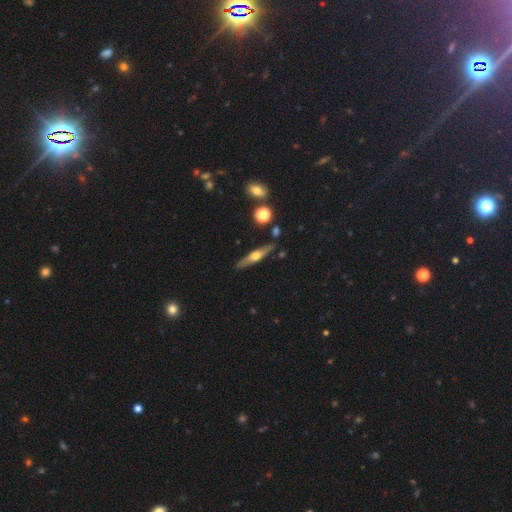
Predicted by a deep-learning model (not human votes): Smooth or featured: featured or disk — 66% (smooth — 27%)
Edge-on disk: yes — 95% (no — 5%)
Edge-on bulge: rounded — 93% (boxy — 4%)
Merging: none — 86% (minor disturbance — 9%)